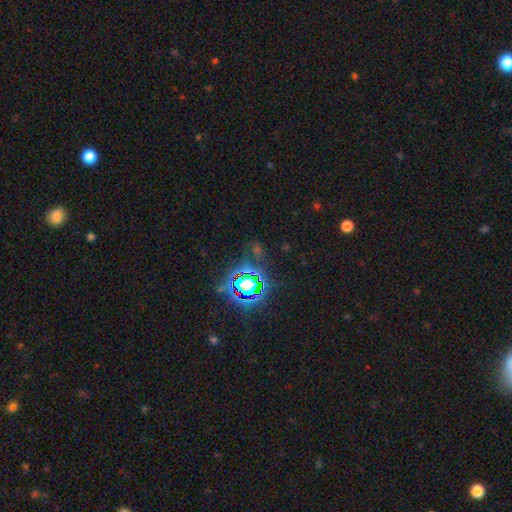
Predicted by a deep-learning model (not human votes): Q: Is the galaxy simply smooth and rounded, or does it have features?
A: star or artifact — 80%.